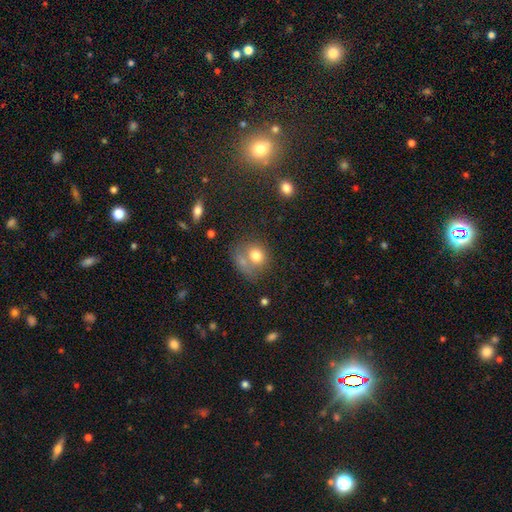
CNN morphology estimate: smooth_or_featured: smooth (p=0.74) [alt: featured or disk p=0.15]
how_rounded: round (p=0.68) [alt: in between p=0.31]
merging: merger (p=0.40) [alt: none p=0.34]